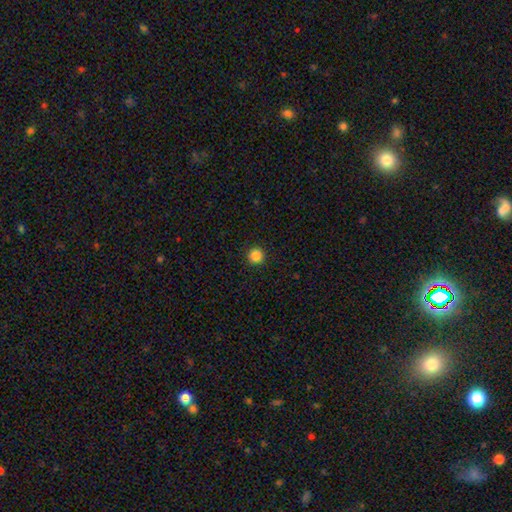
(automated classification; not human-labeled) A smooth galaxy with no disk features (86%) that is round (96%).

Vote fractions:
- Smooth or featured? smooth: 86% / star or artifact: 11% / featured or disk: 3%
- How rounded? round: 96% / in between: 3% / cigar-shaped: 1%
- Merging? none: 93% / minor disturbance: 4% / major disturbance: 2% / merger: 1%